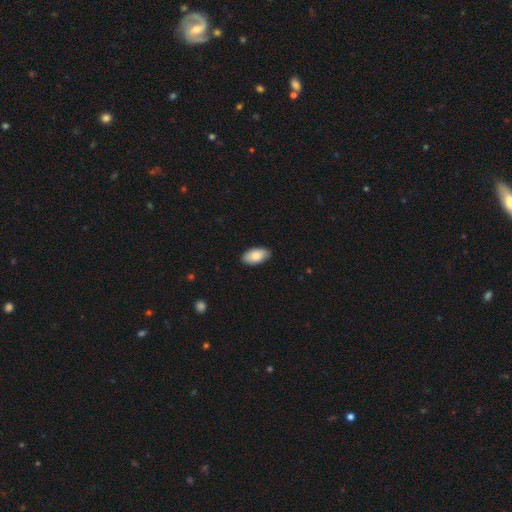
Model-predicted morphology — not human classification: Smooth or featured? smooth (86%)
How rounded? in between (95%)
Merging? none (87%)